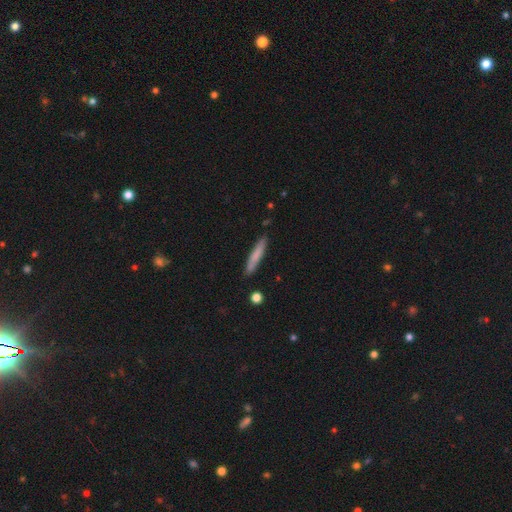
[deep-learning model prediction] Overall: smooth (76%). How rounded: cigar-shaped (93%). Merging: none (87%).